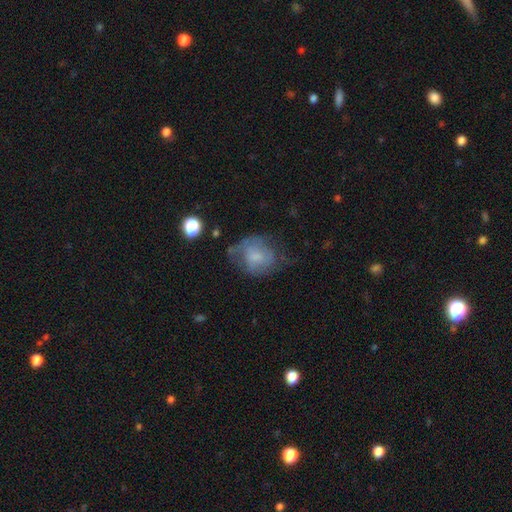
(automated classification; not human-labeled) A smooth galaxy with no disk features (49%).

Vote fractions:
- Smooth or featured? smooth: 49% / featured or disk: 40% / star or artifact: 11%
- Merging? none: 43% / minor disturbance: 28% / major disturbance: 26% / merger: 3%